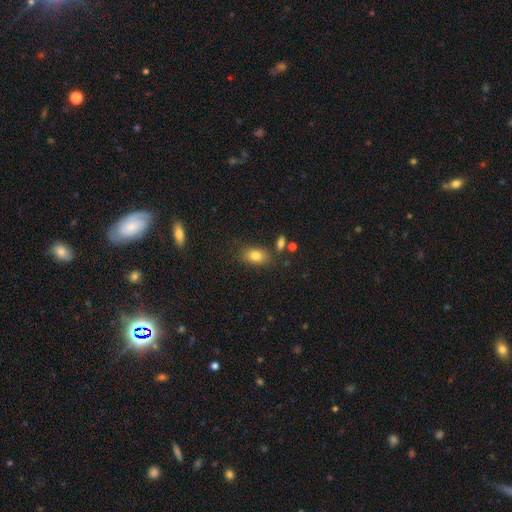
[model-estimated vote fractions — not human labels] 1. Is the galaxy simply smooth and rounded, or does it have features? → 82% smooth, 9% star or artifact, 9% featured or disk.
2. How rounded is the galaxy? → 82% in between, 16% round, 2% cigar-shaped.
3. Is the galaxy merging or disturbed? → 76% none, 14% minor disturbance, 5% merger, 4% major disturbance.